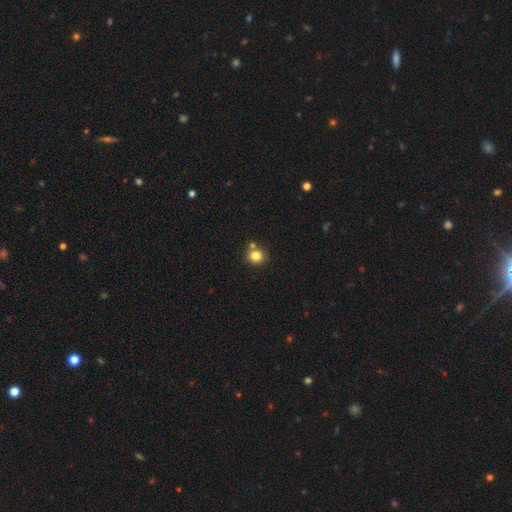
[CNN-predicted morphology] Overall: smooth (82%). How rounded: round (84%). Merging: none (71%).